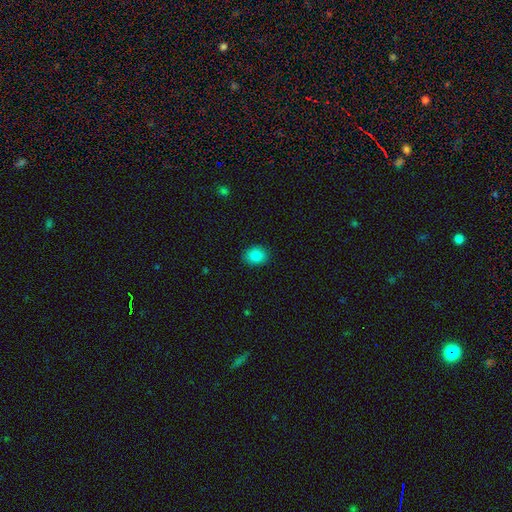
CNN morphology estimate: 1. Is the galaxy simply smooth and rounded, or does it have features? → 84% smooth, 10% star or artifact, 6% featured or disk.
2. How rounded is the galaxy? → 57% round, 42% in between, 1% cigar-shaped.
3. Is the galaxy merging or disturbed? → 90% none, 7% minor disturbance, 2% major disturbance, 1% merger.